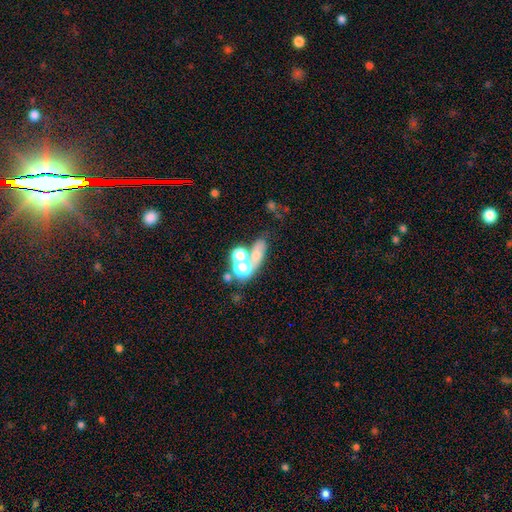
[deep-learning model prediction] A smooth galaxy with no disk features (51%) that is in between round and cigar-shaped (49%). Merging: merger (47%).